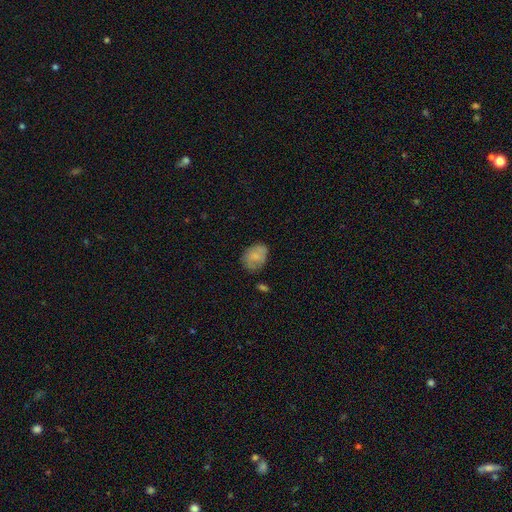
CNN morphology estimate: smooth_or_featured: smooth (p=0.76) [alt: featured or disk p=0.17]
how_rounded: in between (p=0.66) [alt: round p=0.33]
merging: none (p=0.64) [alt: minor disturbance p=0.26]